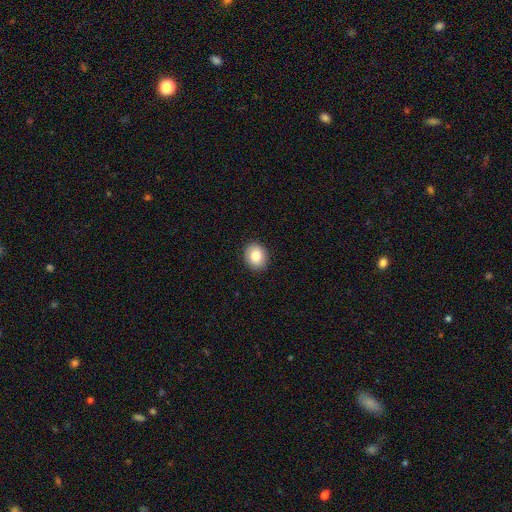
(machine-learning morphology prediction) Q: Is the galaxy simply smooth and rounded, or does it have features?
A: smooth — 84%.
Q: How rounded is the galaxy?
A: round — 58%.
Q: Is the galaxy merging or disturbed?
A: none — 90%.